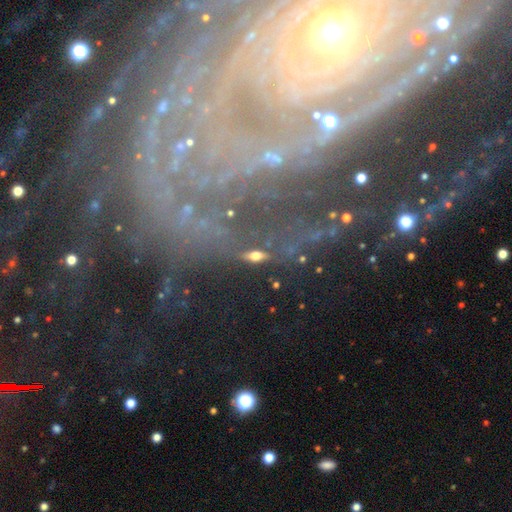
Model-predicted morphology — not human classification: type=featured or disk (46%); merging=none (74%).